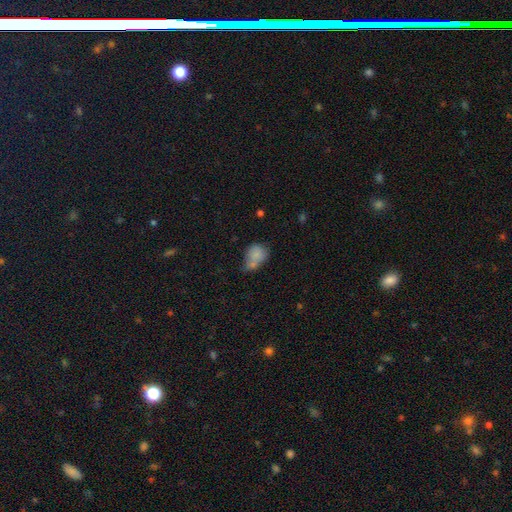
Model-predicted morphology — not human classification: Smooth or featured?
  - smooth: 77% *
  - featured or disk: 13%
  - star or artifact: 10%
How rounded?
  - in between: 57% *
  - round: 41%
  - cigar-shaped: 1%
Merging?
  - merger: 38% *
  - none: 29%
  - minor disturbance: 23%
  - major disturbance: 10%